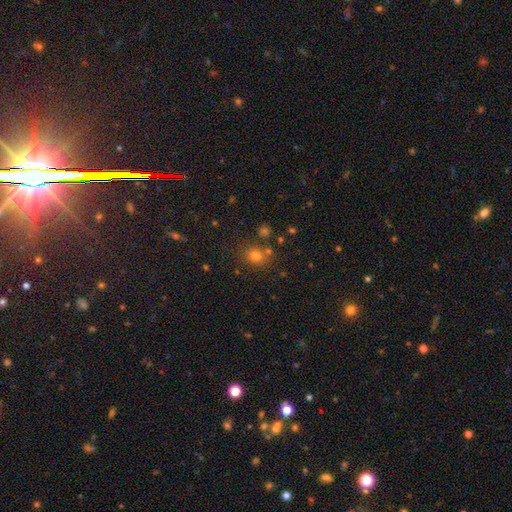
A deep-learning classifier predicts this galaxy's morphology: The model was most divided on "how rounded": round: 70%, in between: 29%, cigar-shaped: 1%. More confident: merging — none (74%); smooth or featured — smooth (73%).